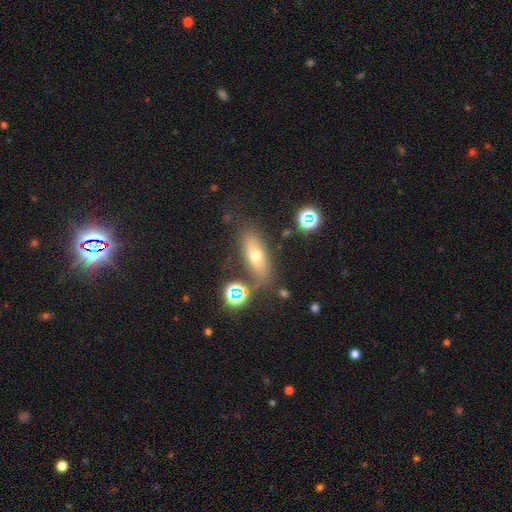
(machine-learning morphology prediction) This appears to be a smooth galaxy with no disk features (60%) that is in between round and cigar-shaped (62%). Merging: none (74%).